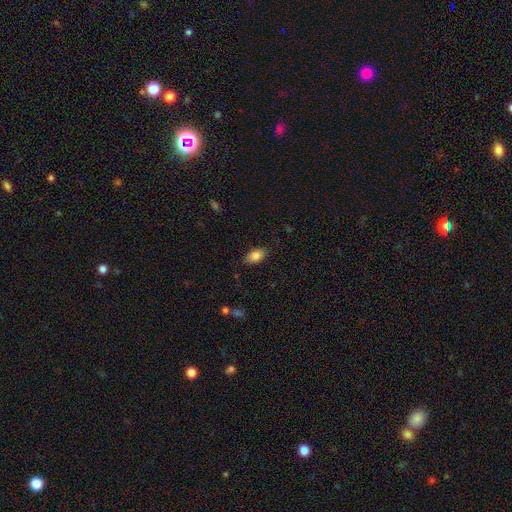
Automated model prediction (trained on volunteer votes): A smooth galaxy with no disk features (85%) that is in between round and cigar-shaped (91%). Merging: none (83%).